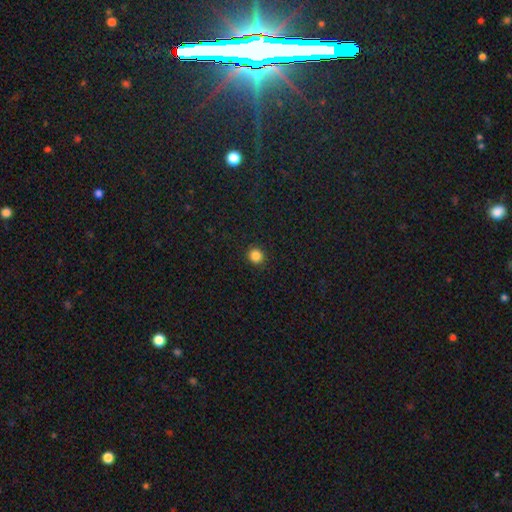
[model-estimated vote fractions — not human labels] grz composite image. It shows a smooth galaxy with no disk features (85%) that is round (92%). Merging: none (92%).